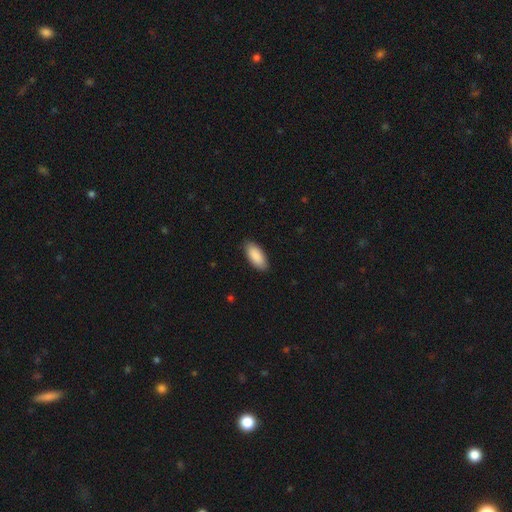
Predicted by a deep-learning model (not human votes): A smooth galaxy with no disk features (90%) that is in between round and cigar-shaped (90%). Merging: none (87%).